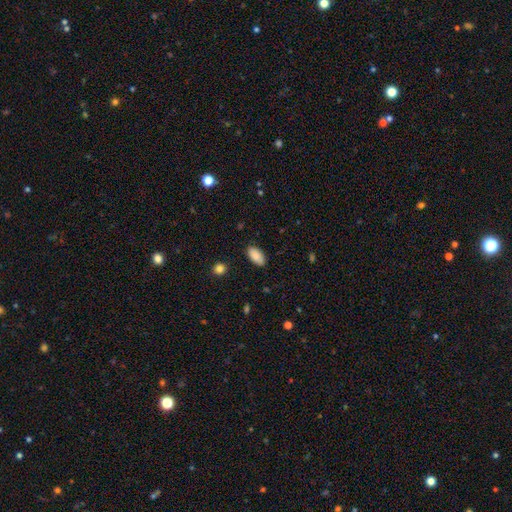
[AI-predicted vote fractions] smooth 88%, star or artifact 7%, featured or disk 5%. Down the decision tree: how rounded — in between (94%); merging — none (84%).